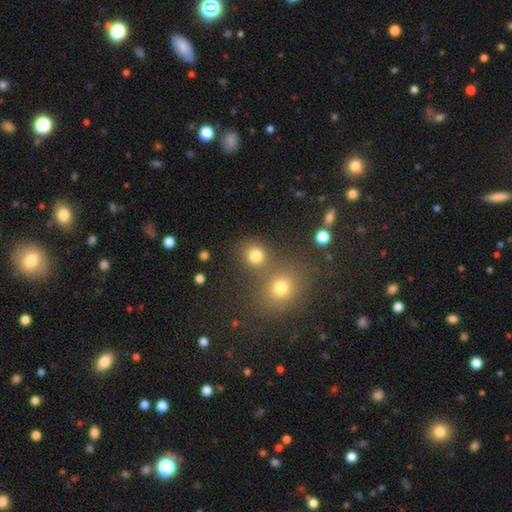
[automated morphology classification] Smooth or featured? Predicted: smooth (p=0.78). How rounded? Predicted: round (p=0.83). Merging? Predicted: none (p=0.61).